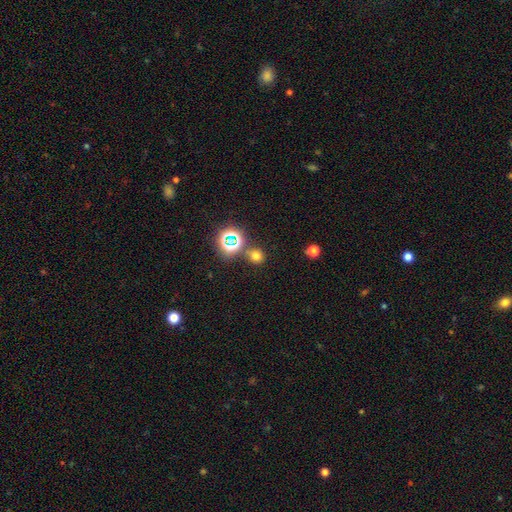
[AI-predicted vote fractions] Smooth or featured? Predicted: smooth (p=0.66). How rounded? Predicted: round (p=0.85). Merging? Predicted: none (p=0.77).